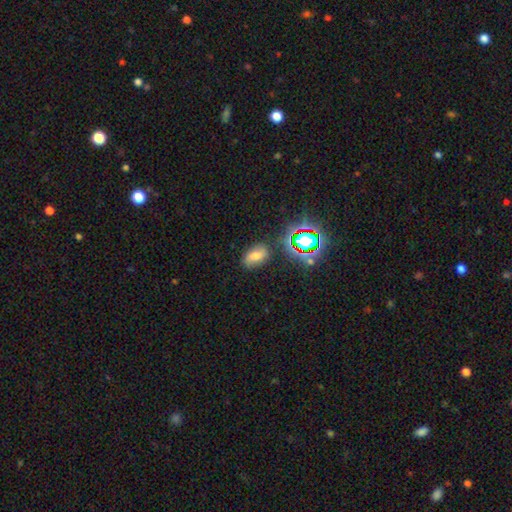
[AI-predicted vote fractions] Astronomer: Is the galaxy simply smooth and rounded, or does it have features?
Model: smooth — 52%.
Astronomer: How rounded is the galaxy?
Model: in between — 84%.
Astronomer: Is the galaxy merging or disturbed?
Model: none — 78%.